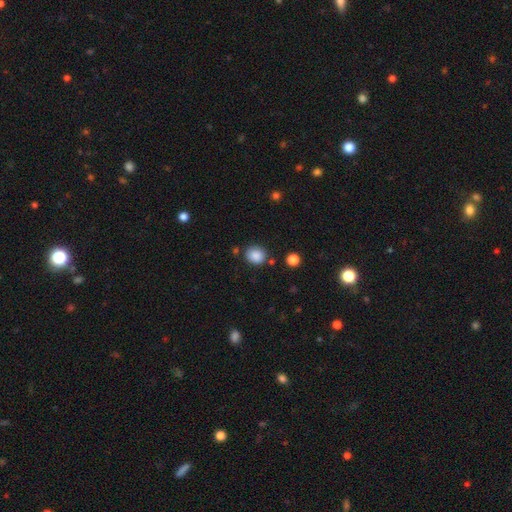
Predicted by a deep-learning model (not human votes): Smooth or featured: smooth — 87% (star or artifact — 9%)
How rounded: round — 75% (in between — 24%)
Merging: none — 81% (minor disturbance — 11%)